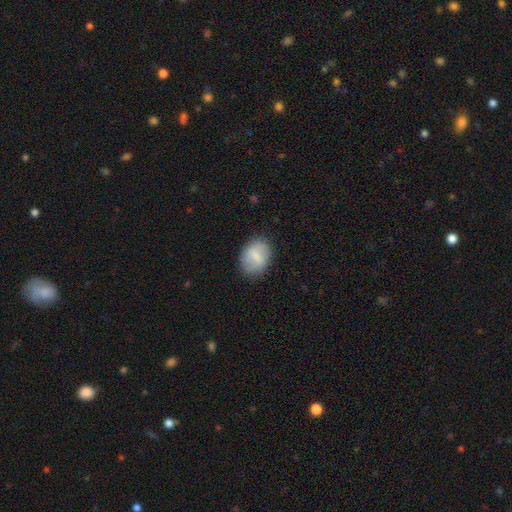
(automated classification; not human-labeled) Smooth or featured?
  - smooth: 69% *
  - featured or disk: 25%
  - star or artifact: 7%
How rounded?
  - in between: 66% *
  - round: 33%
  - cigar-shaped: 1%
Merging?
  - none: 80% *
  - minor disturbance: 15%
  - major disturbance: 4%
  - merger: 1%